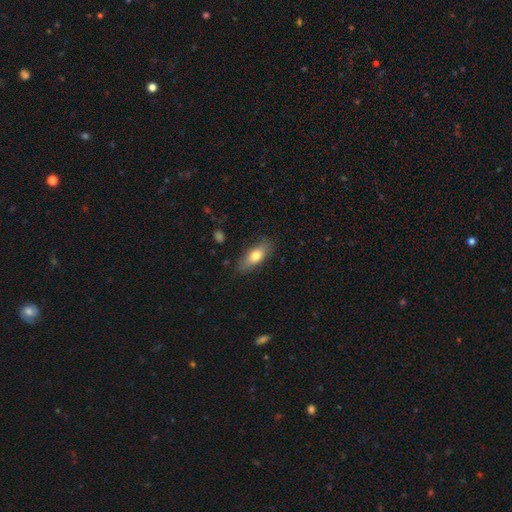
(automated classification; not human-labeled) Smooth or featured? smooth (72%)
How rounded? in between (72%)
Merging? none (83%)